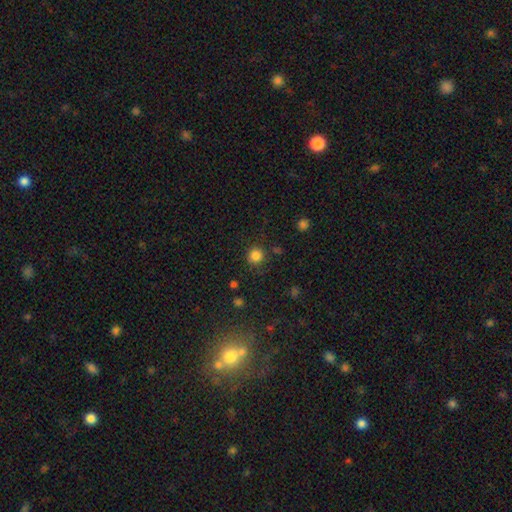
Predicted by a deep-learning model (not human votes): This appears to be a smooth galaxy with no disk features (84%) that is round (93%). Merging: none (86%).